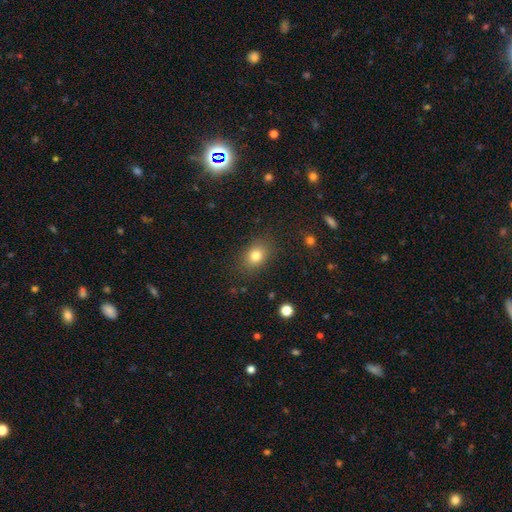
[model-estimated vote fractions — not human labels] smooth 80%, star or artifact 12%, featured or disk 8%. Down the decision tree: how rounded — in between (53%); merging — none (84%).